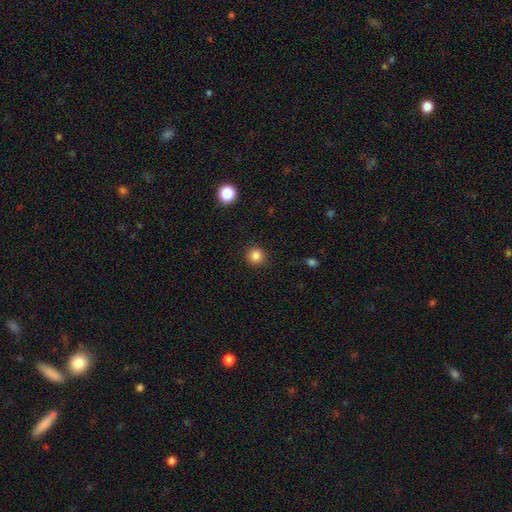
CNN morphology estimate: Smooth or featured?
  - smooth: 85% *
  - star or artifact: 11%
  - featured or disk: 4%
How rounded?
  - round: 92% *
  - in between: 7%
  - cigar-shaped: 1%
Merging?
  - none: 90% *
  - minor disturbance: 6%
  - major disturbance: 2%
  - merger: 1%